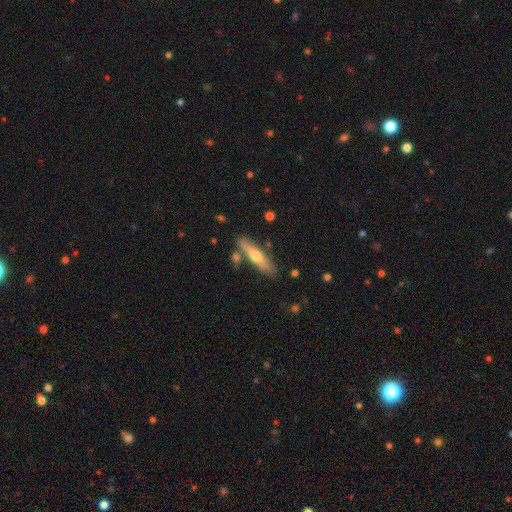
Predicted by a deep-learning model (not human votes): A smooth galaxy with no disk features (50%) that is cigar-shaped (77%).

Vote fractions:
- Smooth or featured? smooth: 50% / featured or disk: 44% / star or artifact: 6%
- How rounded? cigar-shaped: 77% / in between: 21% / round: 2%
- Merging? none: 79% / minor disturbance: 12% / merger: 7% / major disturbance: 3%